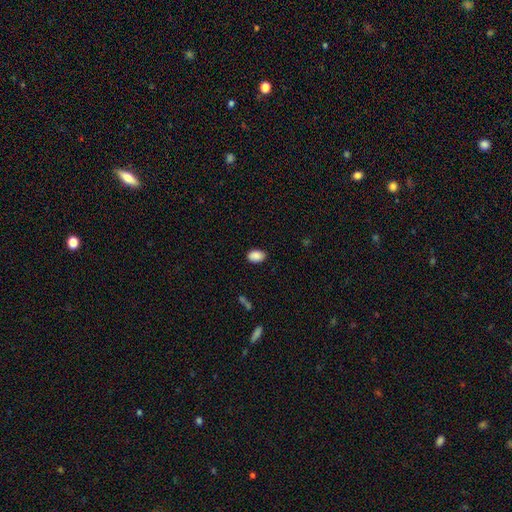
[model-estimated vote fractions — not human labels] This appears to be a smooth galaxy with no disk features (89%) that is in between round and cigar-shaped (85%). Merging: none (87%).